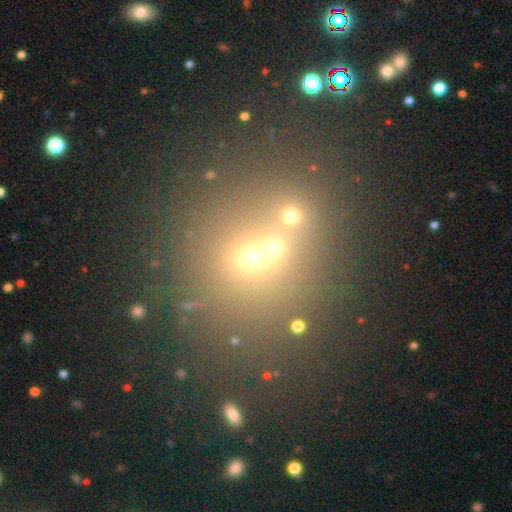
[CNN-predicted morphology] Smooth or featured? Predicted: smooth (p=0.48). Merging? Predicted: none (p=0.51).